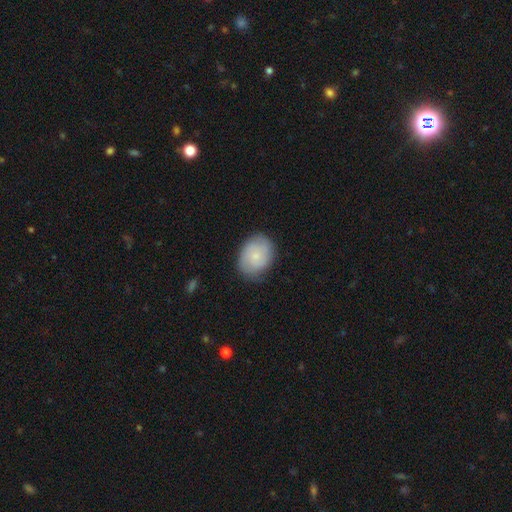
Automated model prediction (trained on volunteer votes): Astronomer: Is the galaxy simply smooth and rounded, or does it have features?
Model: smooth — 69%.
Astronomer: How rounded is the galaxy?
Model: in between — 57% (runner-up: round, 42%).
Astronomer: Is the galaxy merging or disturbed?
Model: none — 76%.